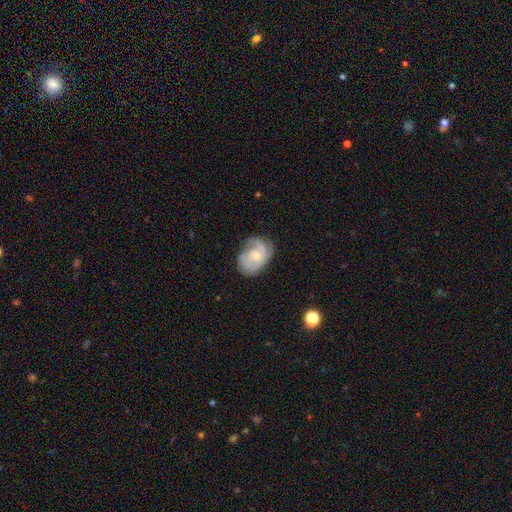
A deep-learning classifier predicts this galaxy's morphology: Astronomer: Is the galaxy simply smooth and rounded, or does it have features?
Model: featured or disk — 69%.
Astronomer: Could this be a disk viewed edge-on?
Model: no — 97%.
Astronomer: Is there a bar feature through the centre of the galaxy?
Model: no — 68%.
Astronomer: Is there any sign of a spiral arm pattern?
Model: yes — 90%.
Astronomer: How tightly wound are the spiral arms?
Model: tight — 43% (runner-up: medium, 41%).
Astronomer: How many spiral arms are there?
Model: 2 — 30% (runner-up: can't tell, 27%).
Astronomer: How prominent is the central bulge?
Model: small — 52% (runner-up: moderate, 42%).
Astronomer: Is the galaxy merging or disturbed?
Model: none — 58%.